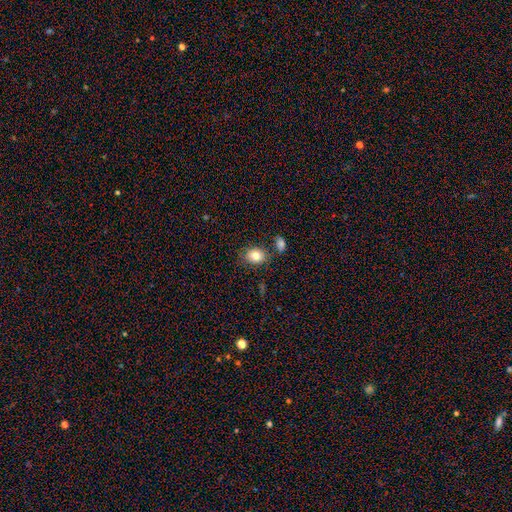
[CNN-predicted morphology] smooth 81%, featured or disk 10%, star or artifact 9%. Down the decision tree: how rounded — in between (57%); merging — none (76%).